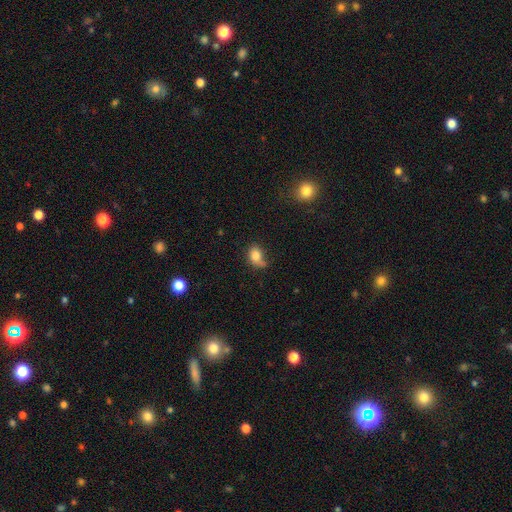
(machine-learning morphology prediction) The model was most divided on "merging": none: 44%, minor disturbance: 31%, major disturbance: 16%, merger: 9%. More confident: smooth or featured — smooth (80%); how rounded — in between (64%).